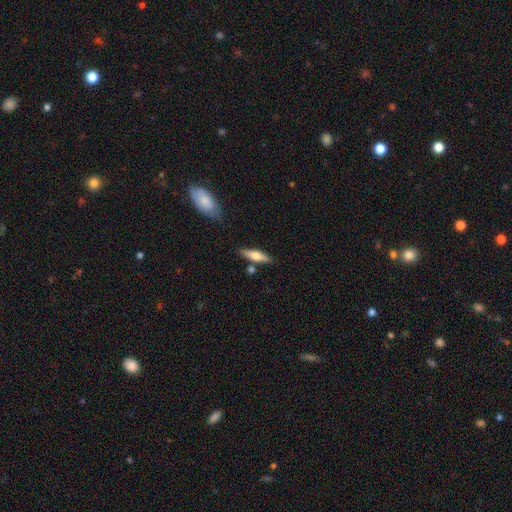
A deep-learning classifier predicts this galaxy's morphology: Smooth or featured: smooth — 52% (featured or disk — 42%)
How rounded: cigar-shaped — 66% (in between — 31%)
Merging: none — 79% (minor disturbance — 12%)